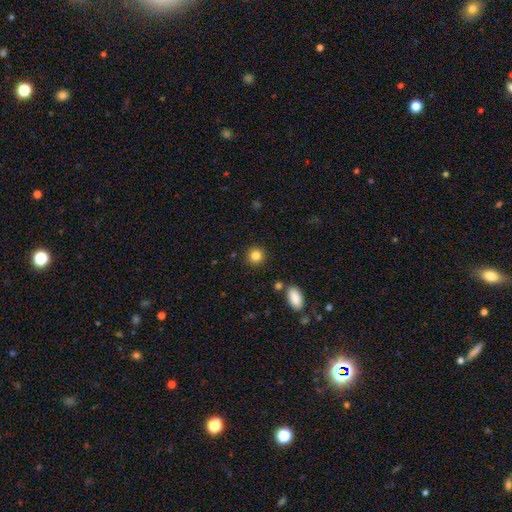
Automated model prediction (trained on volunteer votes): This is clearly a smooth galaxy (84%). How rounded: clearly round (90%). Merging: clearly none (88%).